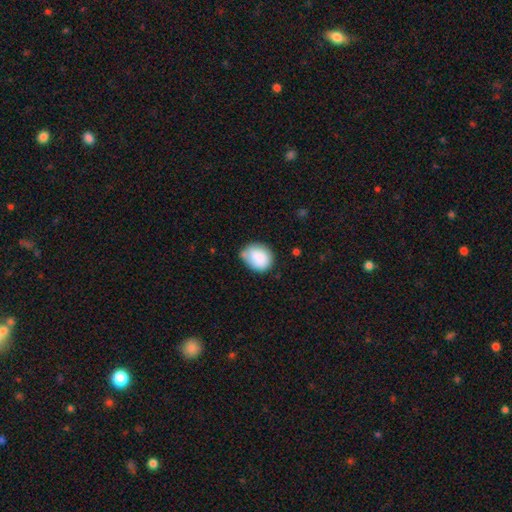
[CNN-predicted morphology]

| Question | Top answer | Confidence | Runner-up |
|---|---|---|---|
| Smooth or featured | smooth | 86% | star or artifact (7%) |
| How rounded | round | 50% | in between (49%) |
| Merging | none | 53% | minor disturbance (35%) |